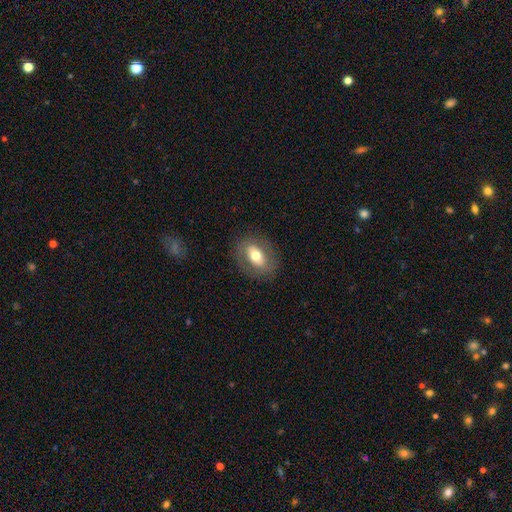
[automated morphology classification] smooth-or-featured: smooth: 54% | featured or disk: 39% | star or artifact: 8%
  how-rounded: in between: 80% | round: 18% | cigar-shaped: 2%
  merging: none: 81% | minor disturbance: 12% | major disturbance: 6% | merger: 1%